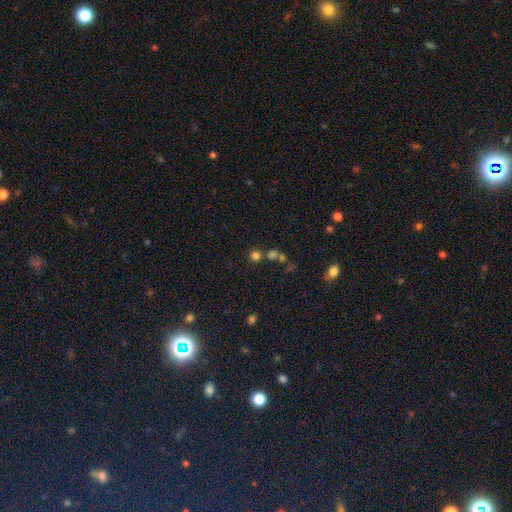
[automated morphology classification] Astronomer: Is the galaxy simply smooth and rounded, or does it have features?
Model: smooth — 72%.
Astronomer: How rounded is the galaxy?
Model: round — 90%.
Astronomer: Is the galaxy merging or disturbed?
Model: none — 67%.